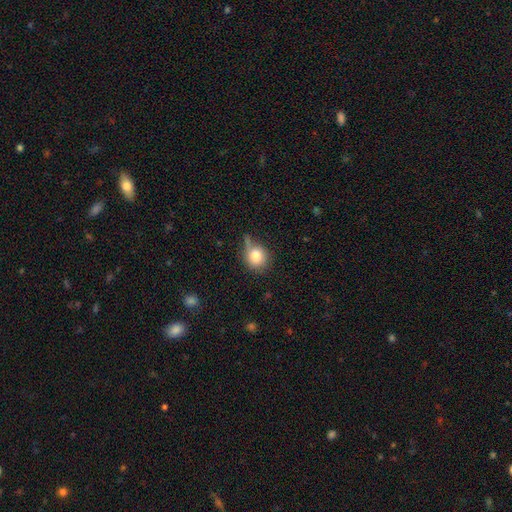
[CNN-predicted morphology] Smooth or featured?
  - smooth: 80% *
  - featured or disk: 10%
  - star or artifact: 10%
How rounded?
  - round: 81% *
  - in between: 18%
  - cigar-shaped: 1%
Merging?
  - none: 52% *
  - minor disturbance: 28%
  - major disturbance: 11%
  - merger: 9%